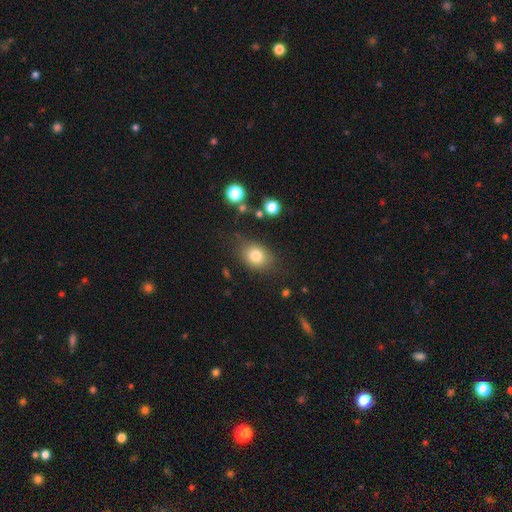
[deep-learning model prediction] Smooth or featured? smooth (79%)
How rounded? in between (58%)
Merging? none (75%)